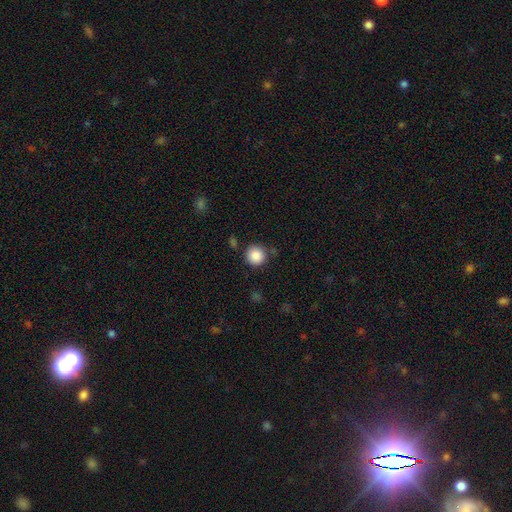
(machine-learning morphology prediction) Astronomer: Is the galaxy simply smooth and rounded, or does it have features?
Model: smooth — 88%.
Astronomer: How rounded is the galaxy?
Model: round — 95%.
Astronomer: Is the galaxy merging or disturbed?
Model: none — 83%.